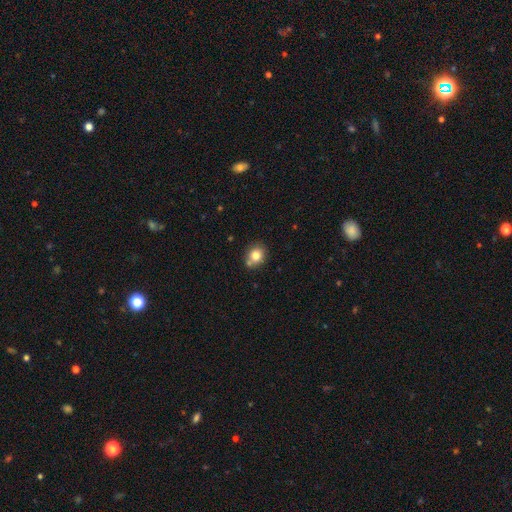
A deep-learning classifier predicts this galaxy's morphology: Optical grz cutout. It shows a smooth galaxy with no disk features (79%) that is round (68%). Merging: none (69%).